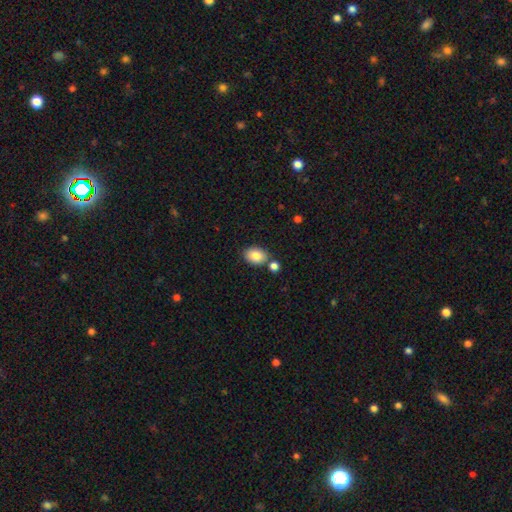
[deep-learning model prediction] This is clearly a smooth galaxy (84%). How rounded: likely in between (76%). Merging: likely none (74%).